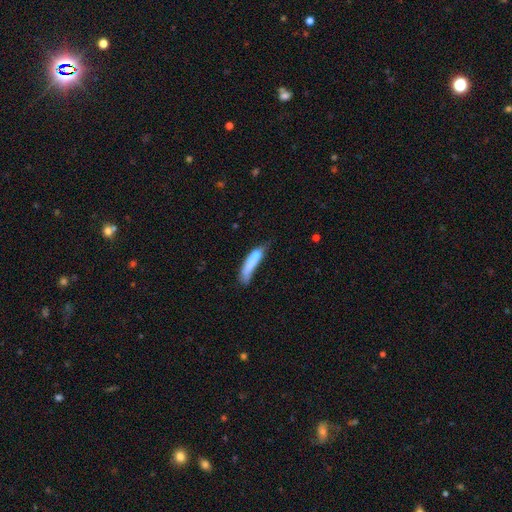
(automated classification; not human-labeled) smooth 66%, featured or disk 26%, star or artifact 8%. Down the decision tree: how rounded — cigar-shaped (80%); merging — none (32%).